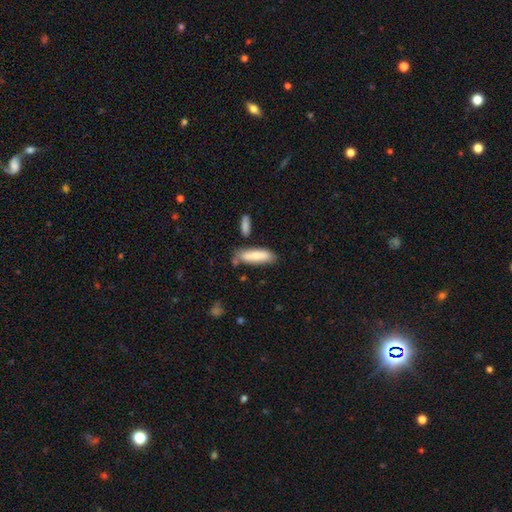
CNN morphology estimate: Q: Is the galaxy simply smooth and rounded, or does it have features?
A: smooth — 79%.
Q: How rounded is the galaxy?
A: cigar-shaped — 52%.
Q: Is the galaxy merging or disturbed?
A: none — 66%.